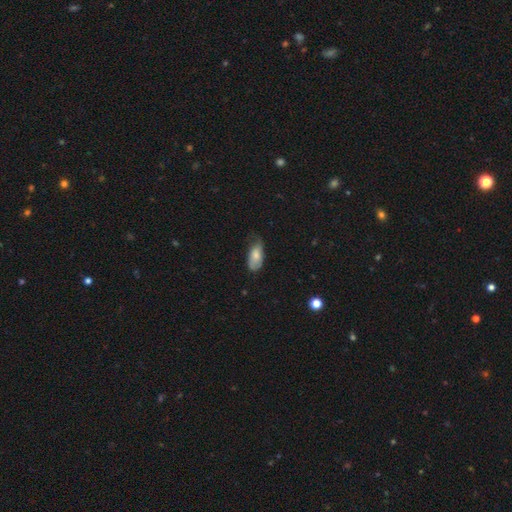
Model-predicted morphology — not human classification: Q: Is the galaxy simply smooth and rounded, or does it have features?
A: smooth — 75%.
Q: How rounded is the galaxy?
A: in between — 89%.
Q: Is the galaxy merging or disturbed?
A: minor disturbance — 43%.